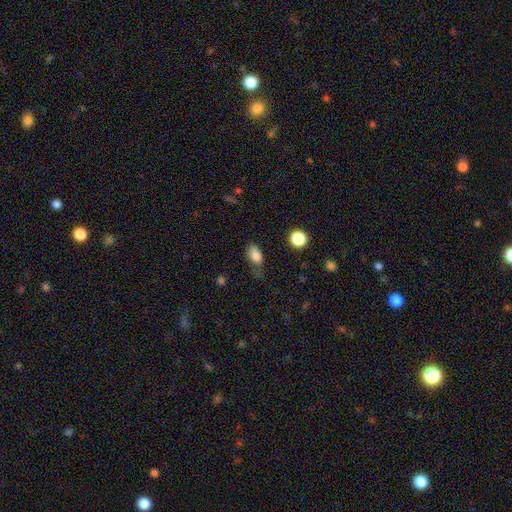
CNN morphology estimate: This is clearly a smooth galaxy (83%). How rounded: clearly in between (85%). Merging: possibly none (53%).